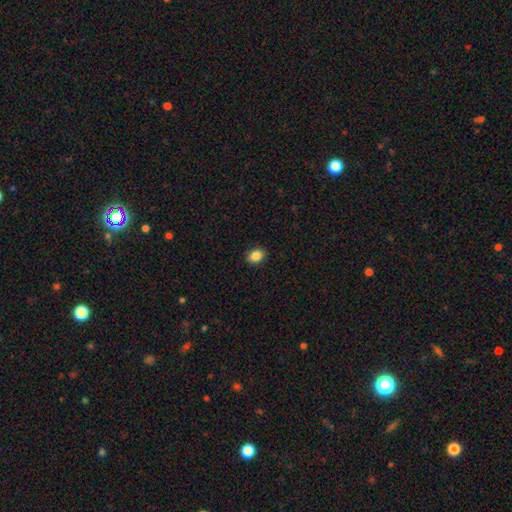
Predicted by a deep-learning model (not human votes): Overall: smooth (86%). How rounded: in between (58%; round 42%). Merging: none (90%).